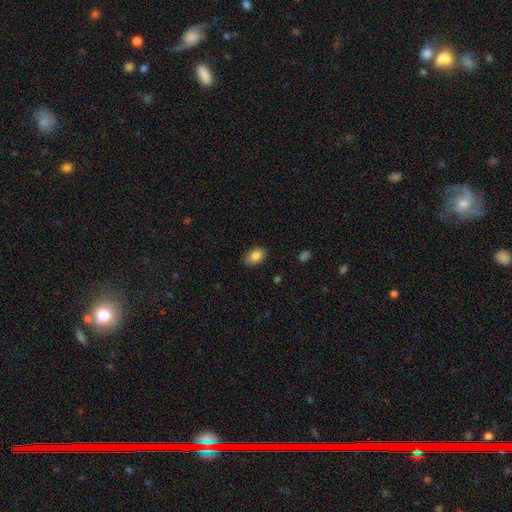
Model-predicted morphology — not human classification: smooth 85%, star or artifact 8%, featured or disk 7%. Down the decision tree: how rounded — in between (87%); merging — none (82%).